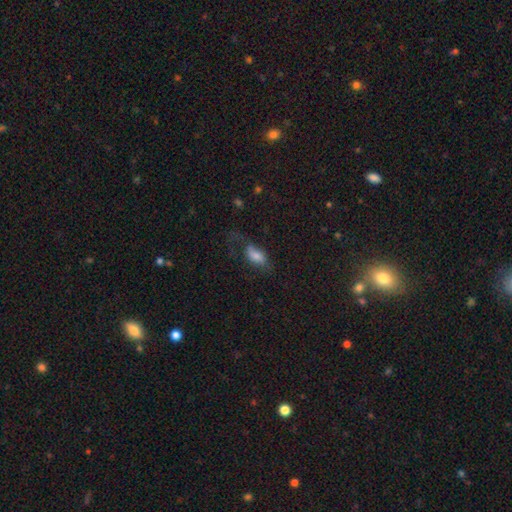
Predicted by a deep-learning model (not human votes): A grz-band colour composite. It shows a smooth galaxy with no disk features (71%) that is in between round and cigar-shaped (89%). Merging: major disturbance (40%).